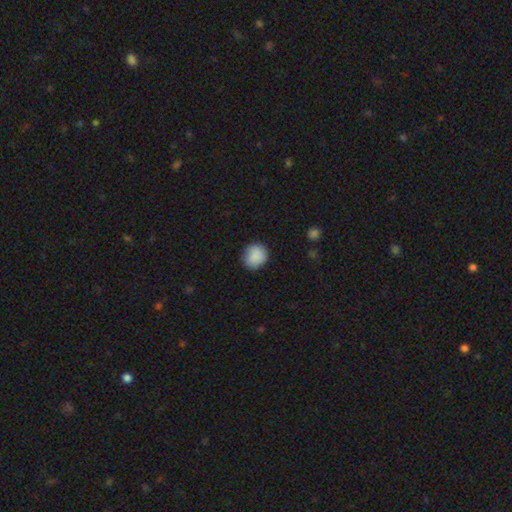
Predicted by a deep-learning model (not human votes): Smooth or featured?
  - smooth: 88% *
  - star or artifact: 7%
  - featured or disk: 4%
How rounded?
  - round: 83% *
  - in between: 16%
  - cigar-shaped: 1%
Merging?
  - none: 84% *
  - minor disturbance: 12%
  - major disturbance: 3%
  - merger: 1%